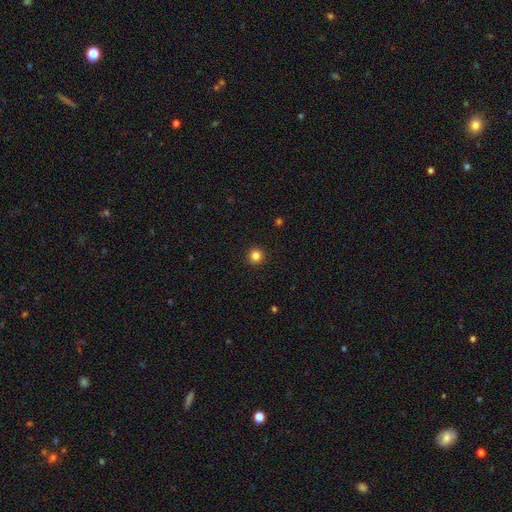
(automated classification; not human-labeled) This is clearly a smooth galaxy (84%). How rounded: clearly round (95%). Merging: clearly none (93%).